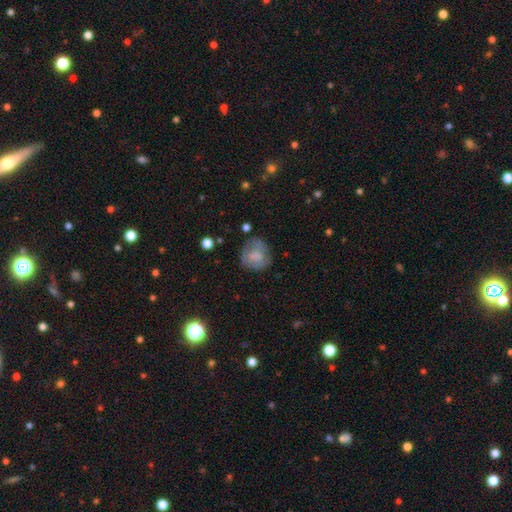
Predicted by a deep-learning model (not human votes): Morphology: type=smooth (67%); roundness=round (81%); merging=none (62%).